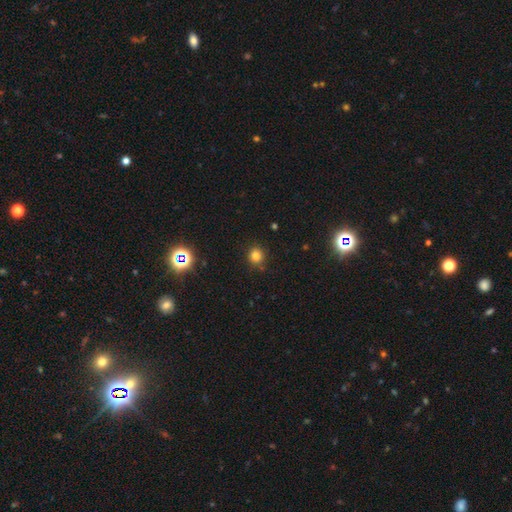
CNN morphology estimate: This appears to be a smooth galaxy with no disk features (77%) that is round (86%). Merging: none (84%).